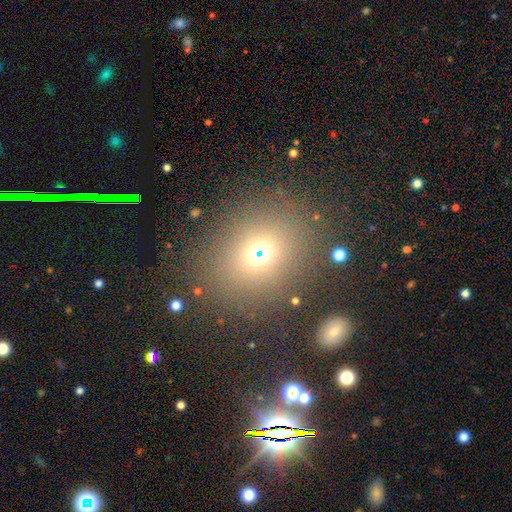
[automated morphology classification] type=smooth (61%); roundness=round (62%); merging=none (80%).